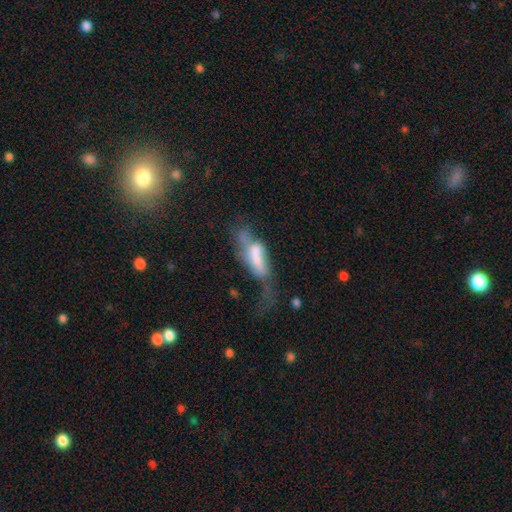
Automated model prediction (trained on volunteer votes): Smooth or featured: smooth — 47% (featured or disk — 43%)
Merging: major disturbance — 44% (merger — 23%)